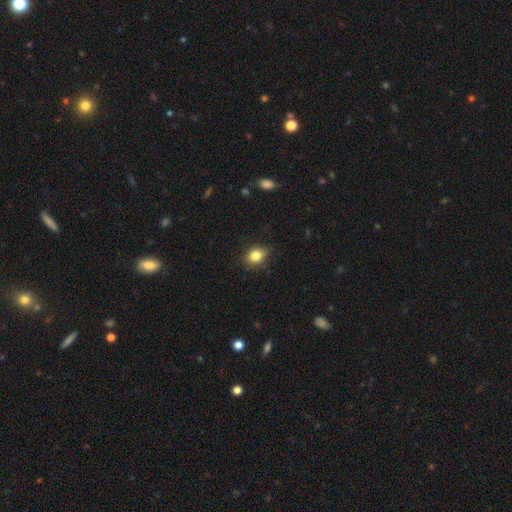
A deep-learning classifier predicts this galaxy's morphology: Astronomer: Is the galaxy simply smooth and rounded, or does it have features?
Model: smooth — 84%.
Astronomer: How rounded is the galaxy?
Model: in between — 58% (runner-up: round, 41%).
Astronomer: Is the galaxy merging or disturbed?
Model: none — 82%.